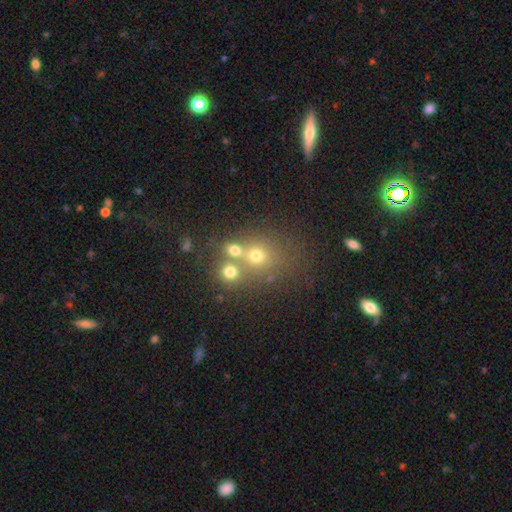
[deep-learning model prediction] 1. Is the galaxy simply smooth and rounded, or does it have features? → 60% smooth, 23% star or artifact, 18% featured or disk.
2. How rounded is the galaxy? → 73% round, 26% in between, 1% cigar-shaped.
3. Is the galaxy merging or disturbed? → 48% none, 37% merger, 9% minor disturbance, 5% major disturbance.